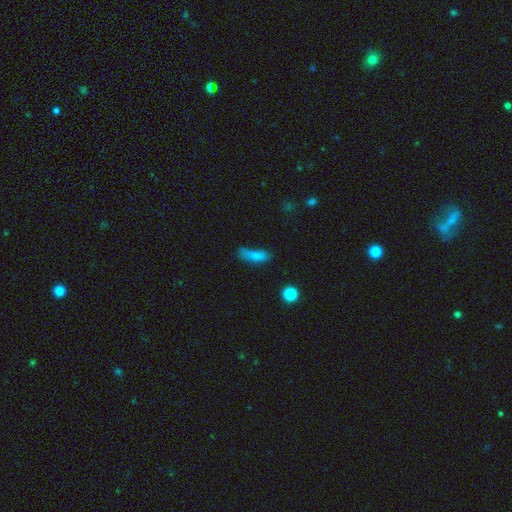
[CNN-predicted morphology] A smooth galaxy with no disk features (71%) that is in between round and cigar-shaped (56%).

Vote fractions:
- Smooth or featured? smooth: 71% / featured or disk: 19% / star or artifact: 11%
- How rounded? in between: 56% / cigar-shaped: 39% / round: 5%
- Merging? none: 42% / minor disturbance: 31% / major disturbance: 20% / merger: 8%